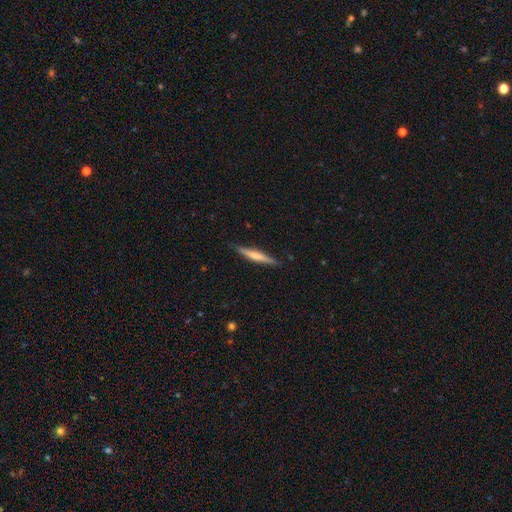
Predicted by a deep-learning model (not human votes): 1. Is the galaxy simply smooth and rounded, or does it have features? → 48% smooth, 47% featured or disk, 6% star or artifact.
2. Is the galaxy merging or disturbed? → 88% none, 10% minor disturbance, 2% major disturbance, 1% merger.